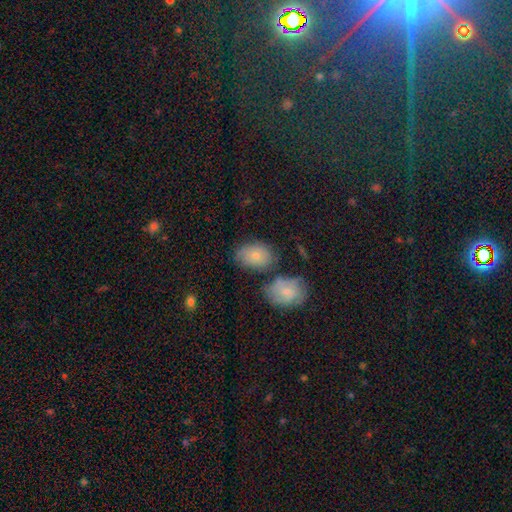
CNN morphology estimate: This appears to be a smooth galaxy with no disk features (73%) that is in between round and cigar-shaped (77%). Merging: none (56%).